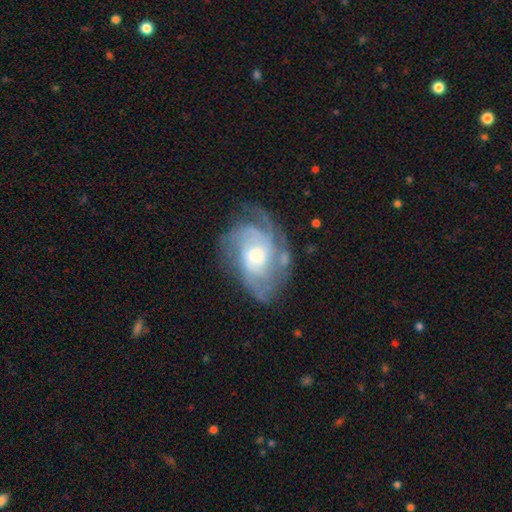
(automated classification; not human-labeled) This is clearly a featured or disk galaxy (84%). It is clearly not viewed edge-on (97%). Bar: likely no (69%). Spiral arm pattern: clearly yes (94%). Spiral arm count: marginally 3 (29%). Spiral winding: possibly tight (49%). Central bulge: possibly moderate (58%). Merging: likely none (63%).